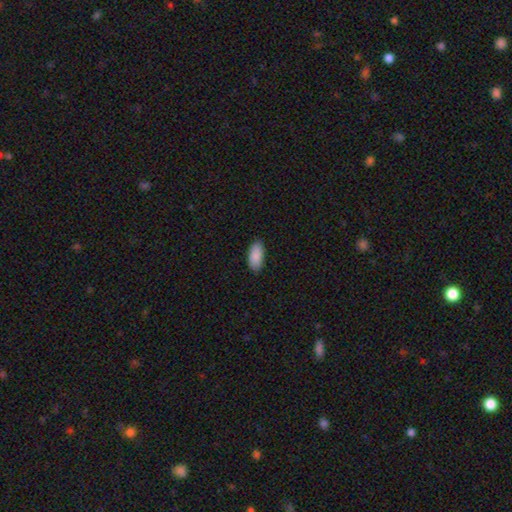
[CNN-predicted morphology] Smooth or featured?
  - smooth: 90% *
  - star or artifact: 6%
  - featured or disk: 4%
How rounded?
  - in between: 91% *
  - cigar-shaped: 7%
  - round: 2%
Merging?
  - none: 88% *
  - minor disturbance: 9%
  - major disturbance: 2%
  - merger: 1%